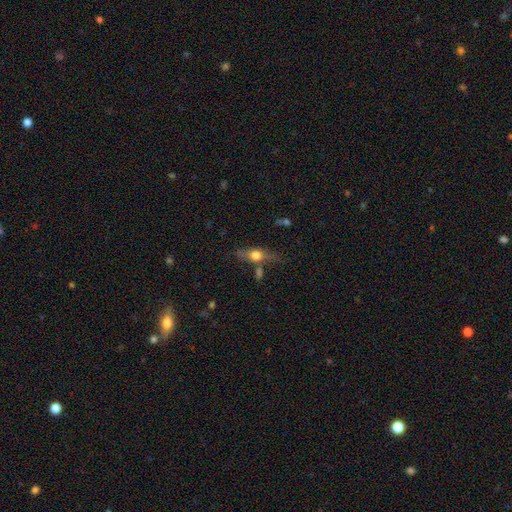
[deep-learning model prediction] Morphology: type=smooth (50%); roundness=in between (50%); merging=none (62%).